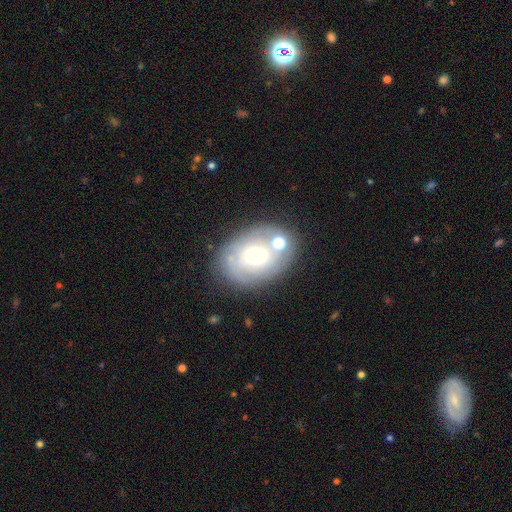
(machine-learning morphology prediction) A featured or disk galaxy (48%).

Vote fractions:
- Smooth or featured? featured or disk: 48% / smooth: 42% / star or artifact: 10%
- Merging? none: 60% / minor disturbance: 17% / merger: 16% / major disturbance: 7%